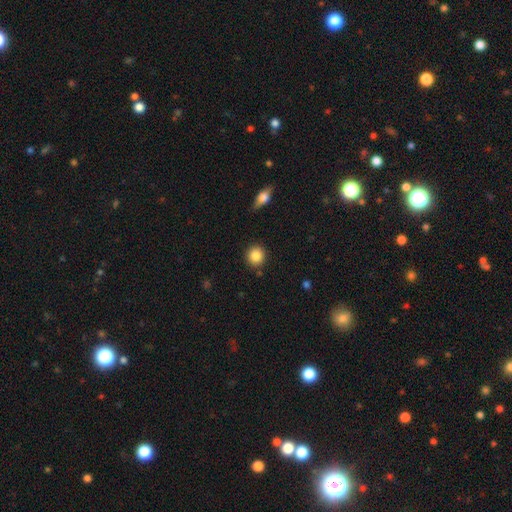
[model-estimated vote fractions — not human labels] Smooth or featured: smooth — 85% (star or artifact — 9%)
How rounded: round — 91% (in between — 8%)
Merging: none — 89% (minor disturbance — 7%)